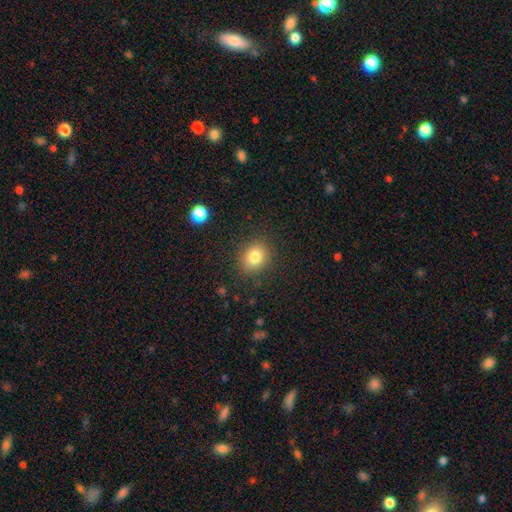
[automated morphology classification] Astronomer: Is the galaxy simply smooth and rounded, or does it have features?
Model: smooth — 76%.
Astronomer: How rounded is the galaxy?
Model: round — 79%.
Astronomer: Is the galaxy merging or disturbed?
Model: none — 91%.